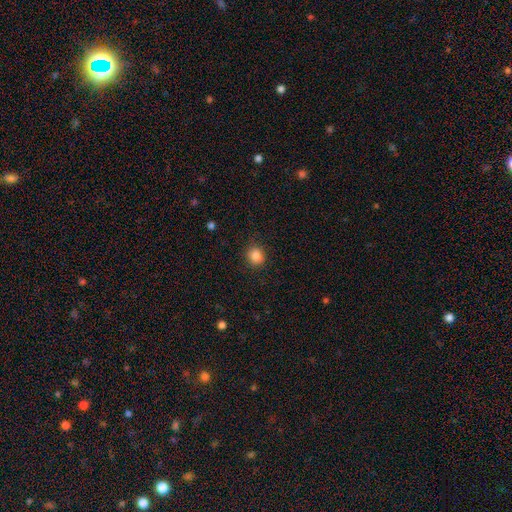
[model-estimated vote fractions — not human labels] Morphology: type=smooth (85%); roundness=round (85%); merging=none (88%).